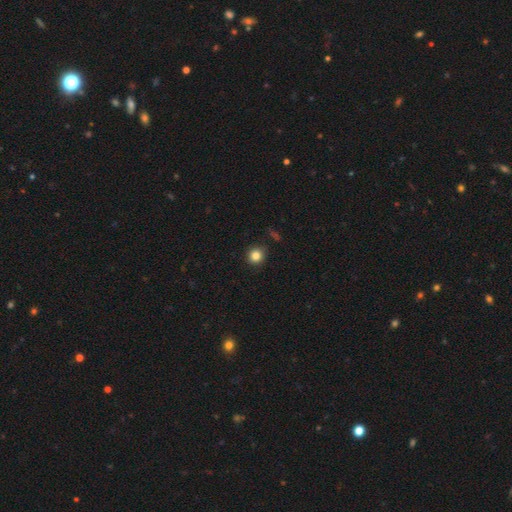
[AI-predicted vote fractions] Overall: smooth (84%). How rounded: round (93%). Merging: none (89%).